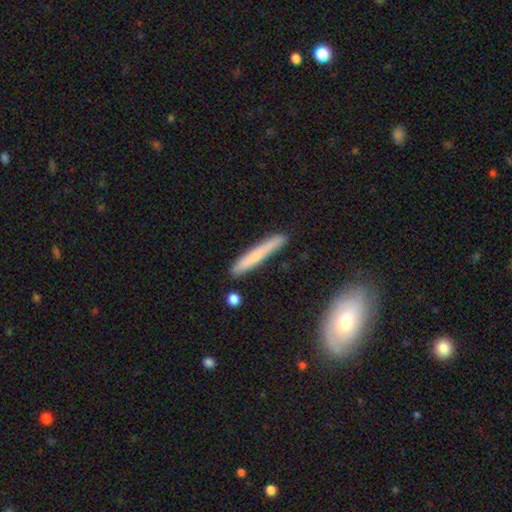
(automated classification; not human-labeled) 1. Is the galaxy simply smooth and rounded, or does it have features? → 67% smooth, 28% featured or disk, 6% star or artifact.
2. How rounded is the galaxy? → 95% cigar-shaped, 4% in between, 1% round.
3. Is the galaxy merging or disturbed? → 85% none, 11% minor disturbance, 3% merger, 2% major disturbance.